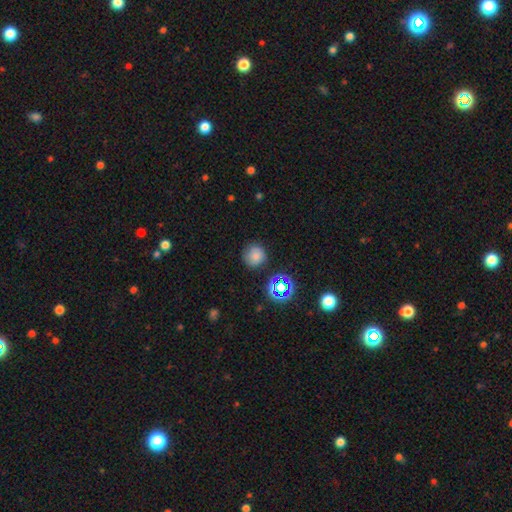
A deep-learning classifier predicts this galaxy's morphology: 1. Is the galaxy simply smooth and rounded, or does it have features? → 75% smooth, 18% star or artifact, 7% featured or disk.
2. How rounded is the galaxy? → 91% round, 8% in between, 1% cigar-shaped.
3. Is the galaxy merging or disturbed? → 83% none, 11% minor disturbance, 3% major disturbance, 2% merger.